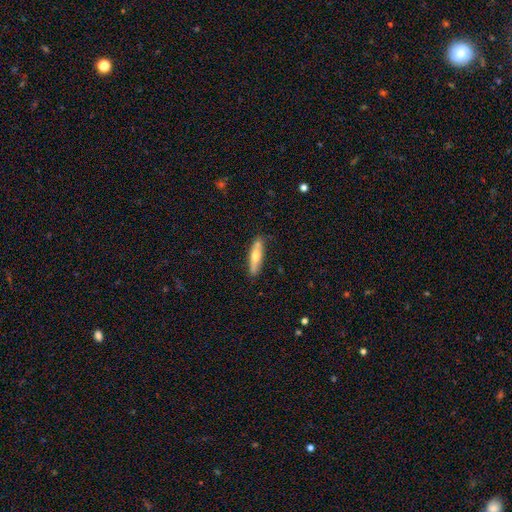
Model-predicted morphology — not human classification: A smooth galaxy with no disk features (56%) that is cigar-shaped (74%). Merging: none (78%).